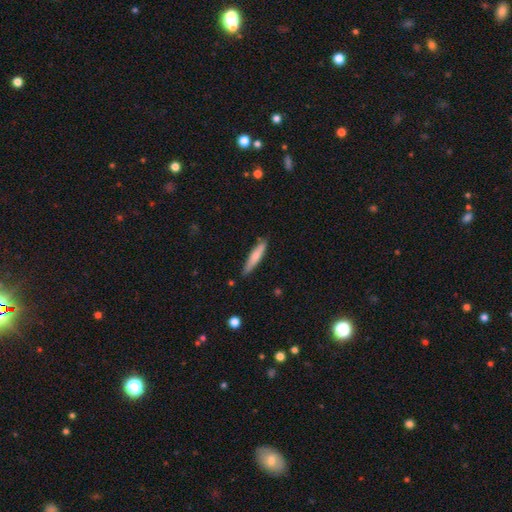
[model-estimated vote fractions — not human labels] The model was most divided on "smooth or featured": smooth: 62%, featured or disk: 32%, star or artifact: 6%. More confident: how rounded — cigar-shaped (89%); merging — none (82%).